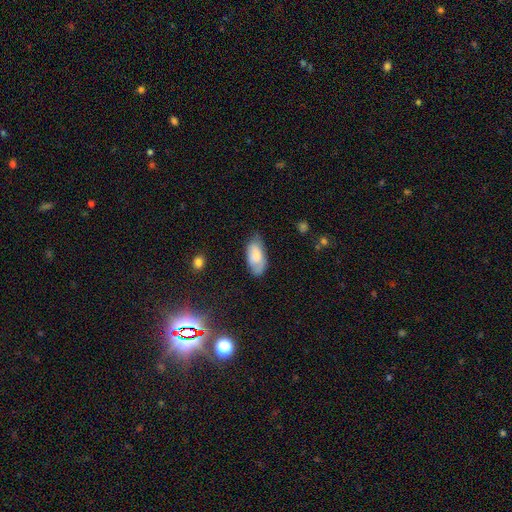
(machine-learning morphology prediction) smooth 74%, featured or disk 19%, star or artifact 7%. Down the decision tree: how rounded — in between (93%); merging — none (64%).